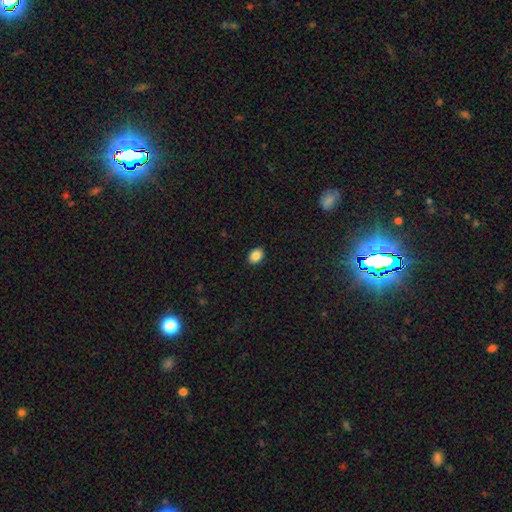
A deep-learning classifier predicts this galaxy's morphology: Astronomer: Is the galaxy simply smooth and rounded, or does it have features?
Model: smooth — 87%.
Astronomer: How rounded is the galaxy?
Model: in between — 71%.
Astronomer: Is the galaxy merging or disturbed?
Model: none — 90%.